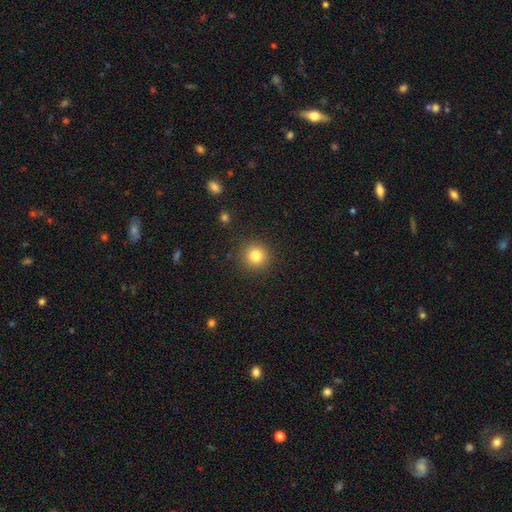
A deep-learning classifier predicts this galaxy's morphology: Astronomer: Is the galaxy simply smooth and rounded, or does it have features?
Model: smooth — 81%.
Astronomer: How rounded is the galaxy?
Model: round — 94%.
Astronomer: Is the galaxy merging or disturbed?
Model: none — 90%.